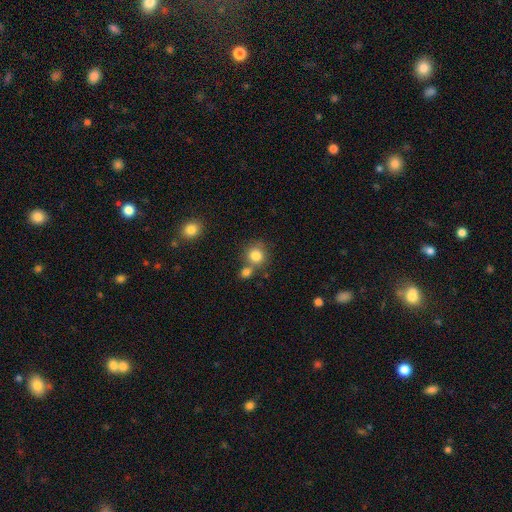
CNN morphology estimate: type=smooth (83%); roundness=round (87%); merging=none (59%).